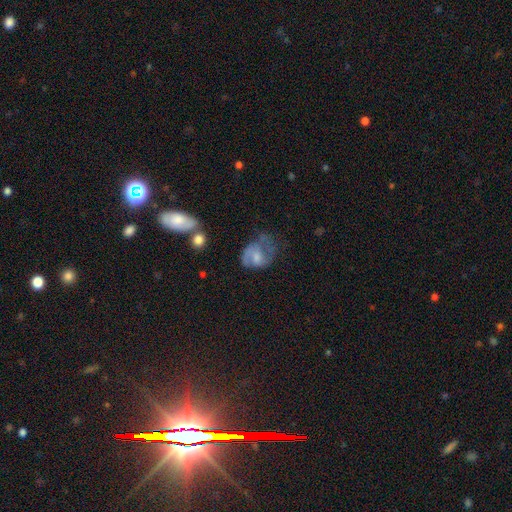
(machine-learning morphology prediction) Smooth or featured? Predicted: featured or disk (p=0.47). Merging? Predicted: major disturbance (p=0.42).